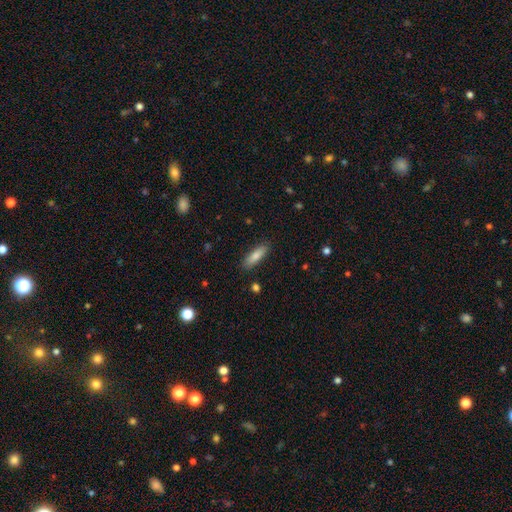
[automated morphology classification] Smooth or featured? smooth (81%)
How rounded? cigar-shaped (51%)
Merging? none (87%)